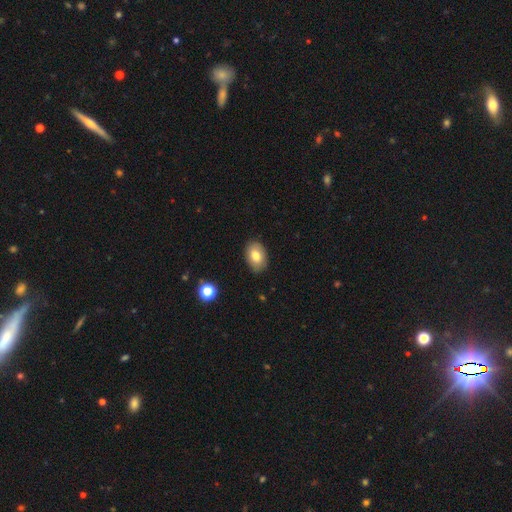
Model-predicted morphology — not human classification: smooth 78%, featured or disk 14%, star or artifact 8%. Down the decision tree: how rounded — in between (84%); merging — none (86%).